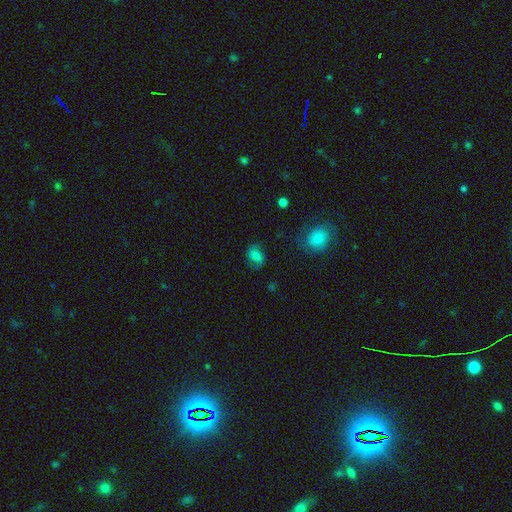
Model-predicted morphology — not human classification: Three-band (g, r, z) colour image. It shows a smooth galaxy with no disk features (70%) that is in between round and cigar-shaped (70%). Merging: none (65%).